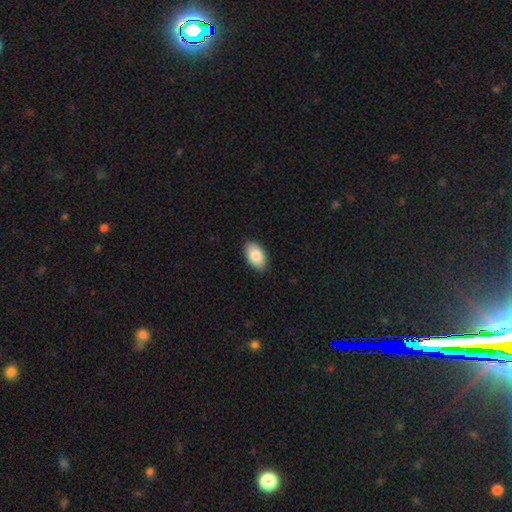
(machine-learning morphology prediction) The model was most divided on "smooth or featured": smooth: 85%, featured or disk: 9%, star or artifact: 6%. More confident: how rounded — in between (94%); merging — none (89%).